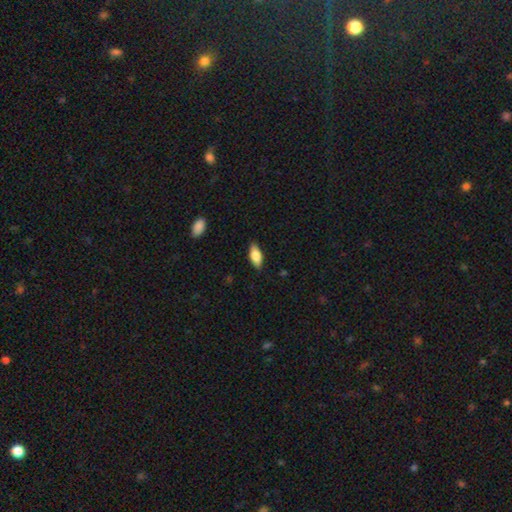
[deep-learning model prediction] Overall: smooth (80%). How rounded: in between (84%). Merging: none (86%).